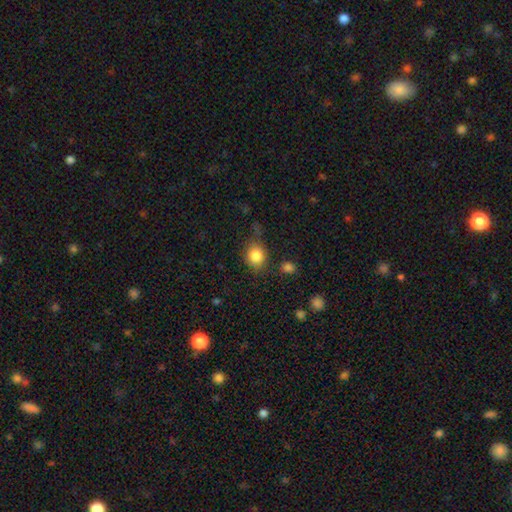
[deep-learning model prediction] Overall: smooth (84%). How rounded: round (72%). Merging: none (68%).